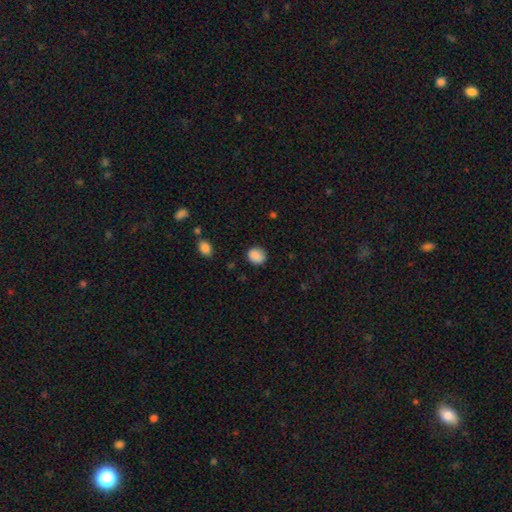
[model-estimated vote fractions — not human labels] A smooth galaxy with no disk features (88%) that is round (71%). Merging: none (85%).